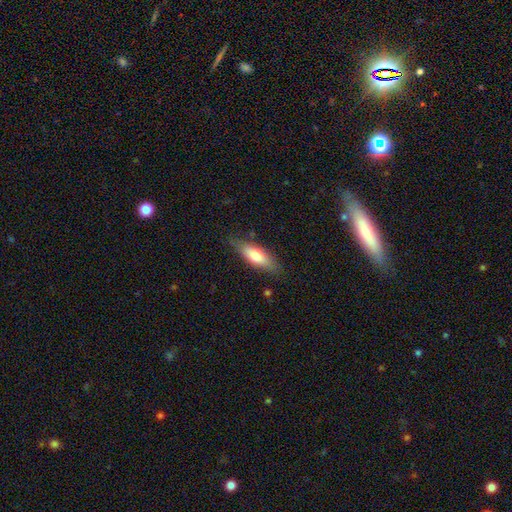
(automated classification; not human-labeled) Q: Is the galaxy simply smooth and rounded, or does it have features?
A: smooth — 75%.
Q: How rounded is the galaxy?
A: in between — 62%.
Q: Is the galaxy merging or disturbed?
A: none — 77%.